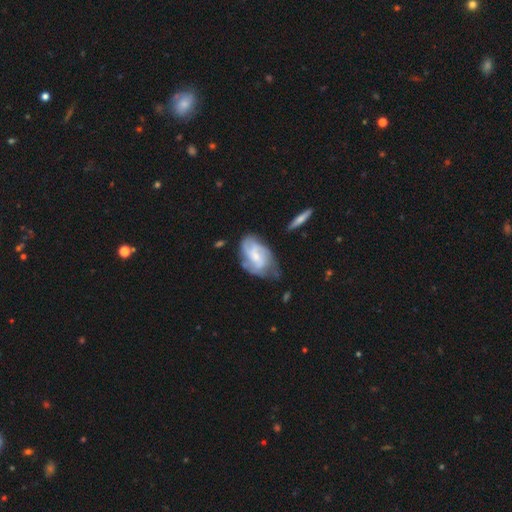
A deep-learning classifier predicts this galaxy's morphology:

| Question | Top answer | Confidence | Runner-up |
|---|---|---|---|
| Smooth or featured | featured or disk | 69% | smooth (25%) |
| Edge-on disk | no | 96% | yes (4%) |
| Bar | no | 47% | weak (44%) |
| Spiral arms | yes | 86% | no (14%) |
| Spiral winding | medium | 43% | tight (36%) |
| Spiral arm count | can't tell | 35% | 2 (27%) |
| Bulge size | small | 56% | moderate (31%) |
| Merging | none | 48% | minor disturbance (31%) |